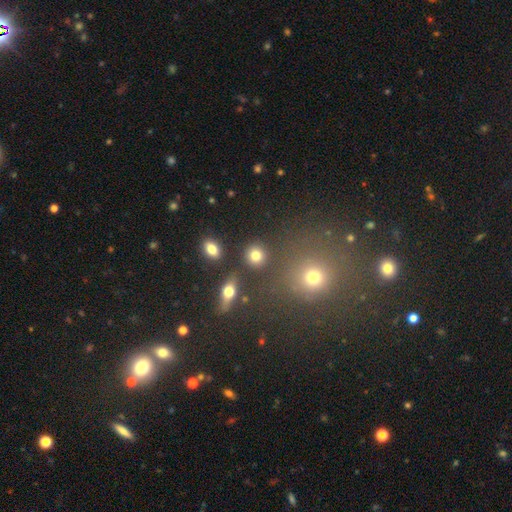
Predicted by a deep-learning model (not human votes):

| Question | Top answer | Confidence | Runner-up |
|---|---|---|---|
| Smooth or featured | smooth | 79% | star or artifact (12%) |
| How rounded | round | 87% | in between (11%) |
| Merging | none | 84% | minor disturbance (7%) |